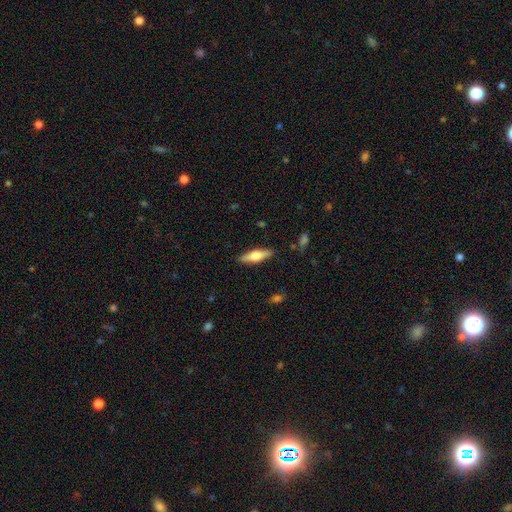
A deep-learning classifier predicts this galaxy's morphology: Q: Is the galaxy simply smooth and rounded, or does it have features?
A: featured or disk — 51%.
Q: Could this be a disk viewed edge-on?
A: yes — 94%.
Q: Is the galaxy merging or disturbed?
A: none — 88%.